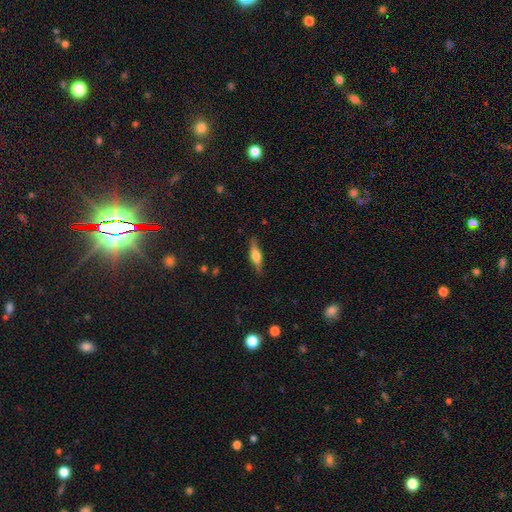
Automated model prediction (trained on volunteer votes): Q: Smooth or featured?
A: featured or disk (57%); runner-up: smooth (37%)
Q: Edge-on disk?
A: yes (95%); runner-up: no (5%)
Q: Edge-on bulge?
A: rounded (88%); runner-up: boxy (10%)
Q: Merging?
A: none (85%); runner-up: minor disturbance (11%)